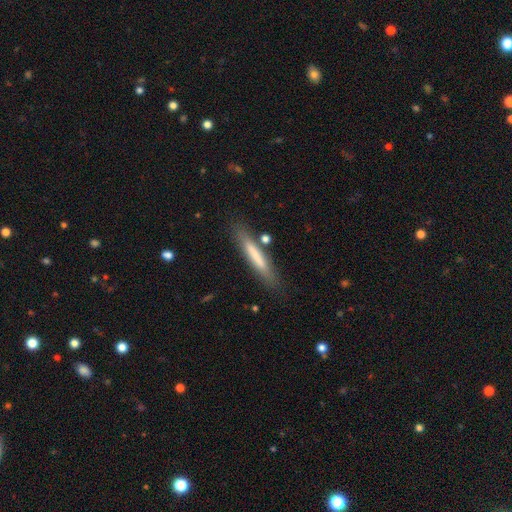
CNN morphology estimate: type=smooth (67%); roundness=cigar-shaped (92%); merging=none (80%).